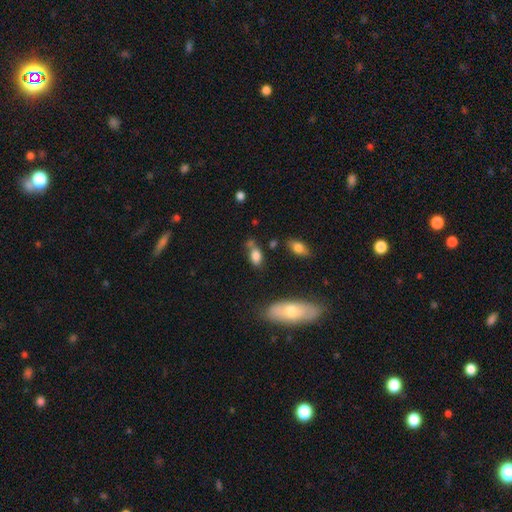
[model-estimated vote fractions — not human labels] This appears to be a smooth galaxy with no disk features (80%) that is in between round and cigar-shaped (83%). Merging: none (48%).